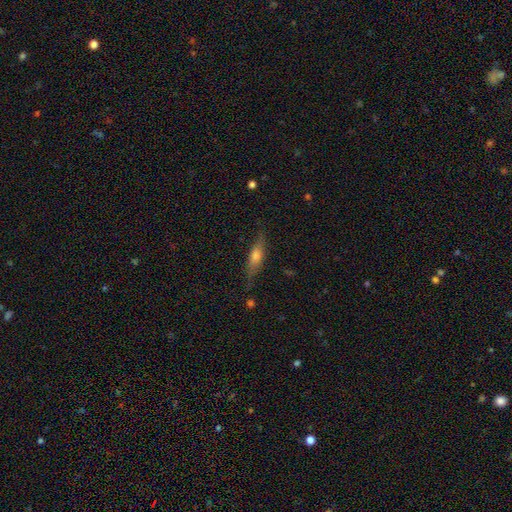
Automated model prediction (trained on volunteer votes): The model was most divided on "smooth or featured": featured or disk: 53%, smooth: 39%, star or artifact: 8%. More confident: edge-on disk — yes (90%); merging — none (78%).